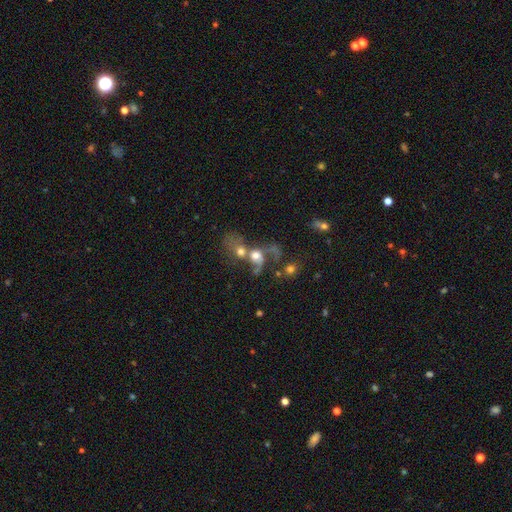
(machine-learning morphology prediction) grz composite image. It shows a smooth galaxy with no disk features (44%). Merging: merger (68%).